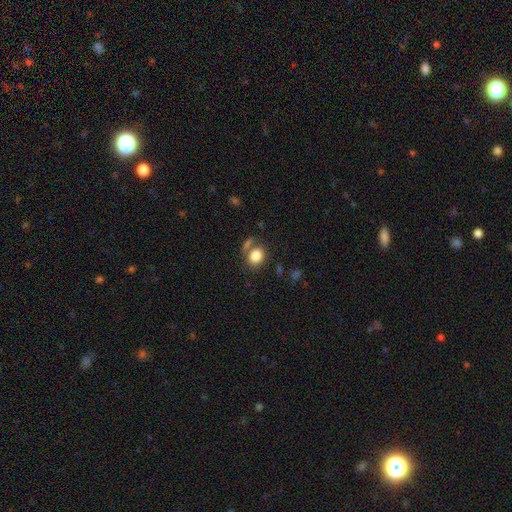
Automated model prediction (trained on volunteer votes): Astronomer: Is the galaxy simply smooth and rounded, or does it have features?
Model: smooth — 83%.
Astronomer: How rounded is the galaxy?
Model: in between — 58% (runner-up: round, 41%).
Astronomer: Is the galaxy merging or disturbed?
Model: none — 60%.